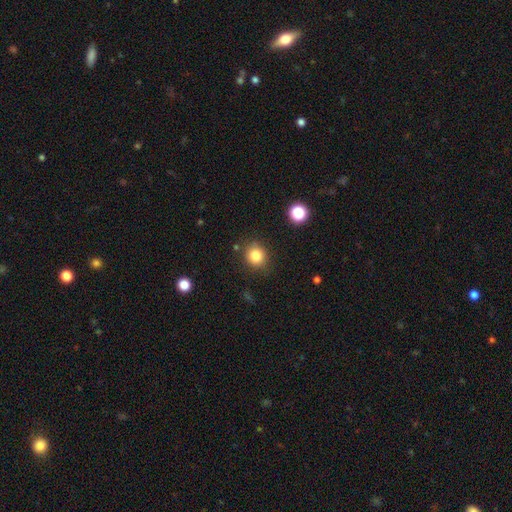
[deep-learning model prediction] This is clearly a smooth galaxy (83%). How rounded: clearly round (81%). Merging: clearly none (84%).